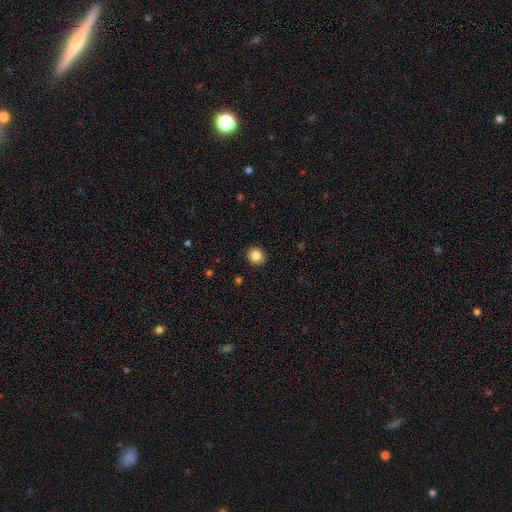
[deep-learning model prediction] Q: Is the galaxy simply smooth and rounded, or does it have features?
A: smooth — 86%.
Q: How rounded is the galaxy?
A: round — 88%.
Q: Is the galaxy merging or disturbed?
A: none — 92%.